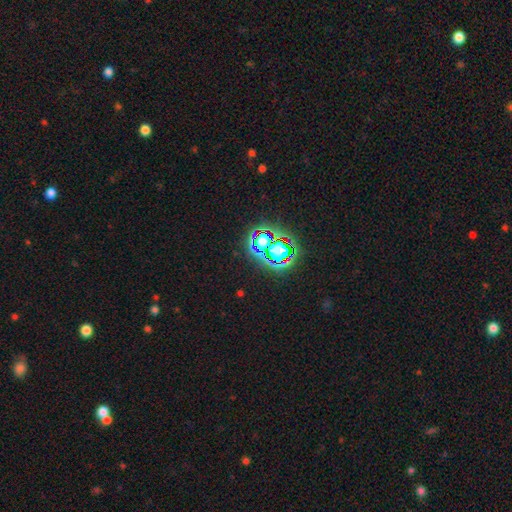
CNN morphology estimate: This appears to be a star or artifact, not a galaxy (77%).